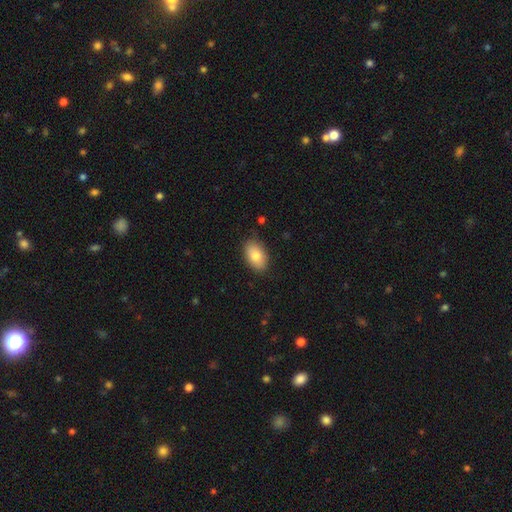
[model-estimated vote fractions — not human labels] This appears to be a smooth galaxy with no disk features (81%) that is in between round and cigar-shaped (91%). Merging: none (84%).